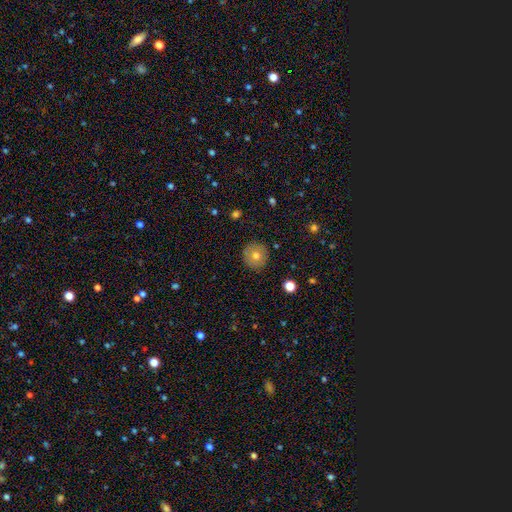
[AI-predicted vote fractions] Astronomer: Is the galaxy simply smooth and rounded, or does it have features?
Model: smooth — 70%.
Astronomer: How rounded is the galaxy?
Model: round — 94%.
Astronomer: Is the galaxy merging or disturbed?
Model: none — 89%.